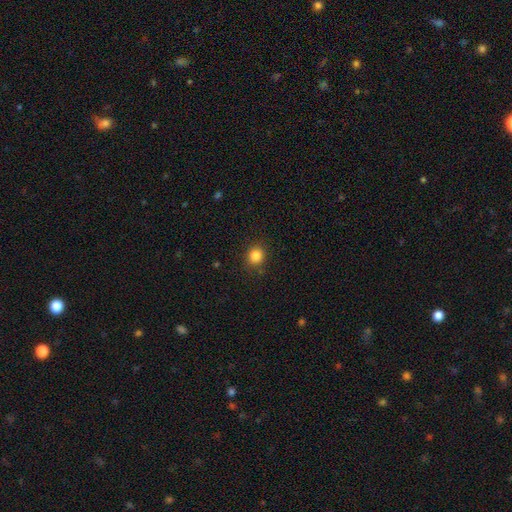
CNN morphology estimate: smooth_or_featured: smooth (p=0.85) [alt: star or artifact p=0.11]
how_rounded: round (p=0.81) [alt: in between p=0.18]
merging: none (p=0.88) [alt: minor disturbance p=0.08]